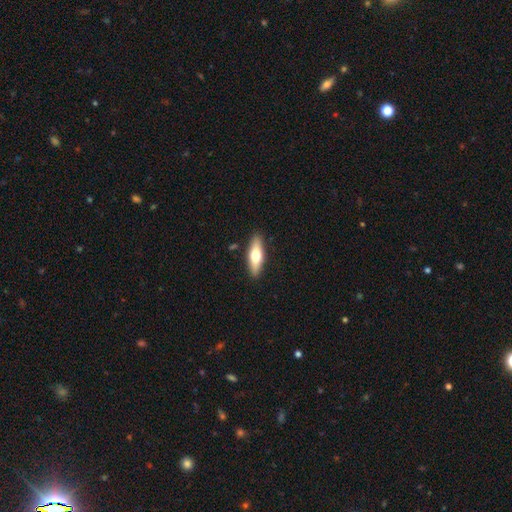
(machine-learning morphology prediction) Q: Smooth or featured?
A: smooth (61%); runner-up: featured or disk (34%)
Q: How rounded?
A: in between (50%); runner-up: cigar-shaped (47%)
Q: Merging?
A: none (89%); runner-up: minor disturbance (8%)